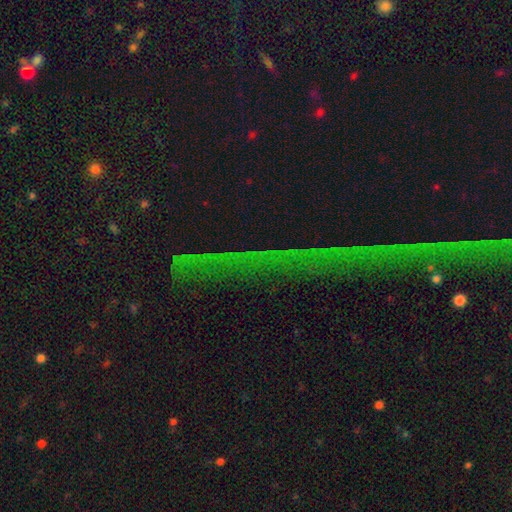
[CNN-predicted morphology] smooth-or-featured: star or artifact: 75% | featured or disk: 14% | smooth: 11%